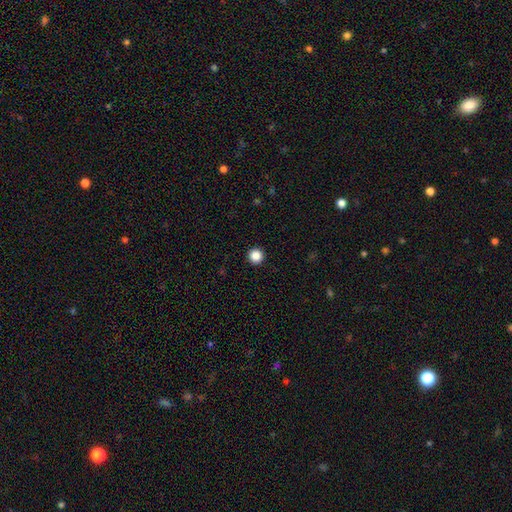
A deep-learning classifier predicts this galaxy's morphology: A smooth galaxy with no disk features (86%) that is round (97%).

Vote fractions:
- Smooth or featured? smooth: 86% / star or artifact: 11% / featured or disk: 3%
- How rounded? round: 97% / in between: 3% / cigar-shaped: 1%
- Merging? none: 94% / minor disturbance: 4% / major disturbance: 1% / merger: 1%